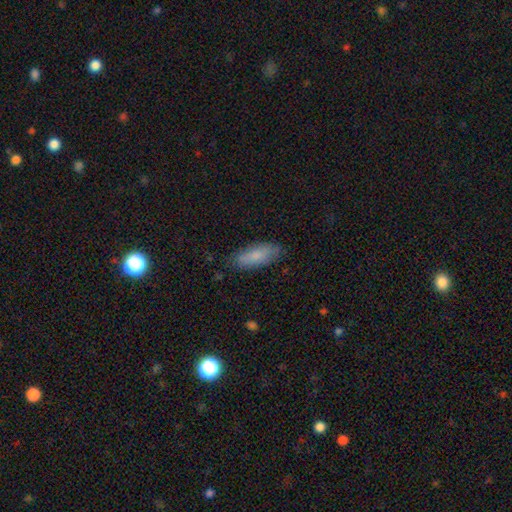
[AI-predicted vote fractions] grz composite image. It shows a smooth galaxy with no disk features (79%) that is in between round and cigar-shaped (65%). Merging: none (81%).